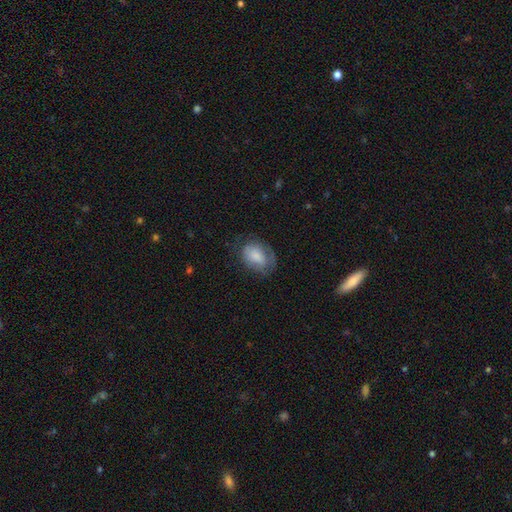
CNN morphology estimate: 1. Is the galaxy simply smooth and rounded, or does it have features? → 75% smooth, 18% featured or disk, 7% star or artifact.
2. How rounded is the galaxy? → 75% in between, 24% round, 1% cigar-shaped.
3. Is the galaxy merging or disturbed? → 61% none, 25% minor disturbance, 13% major disturbance, 1% merger.